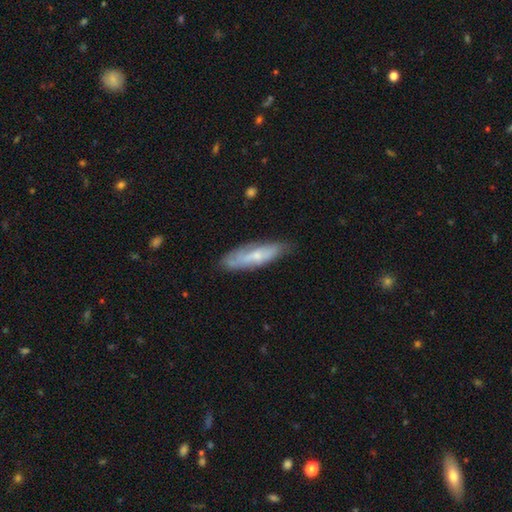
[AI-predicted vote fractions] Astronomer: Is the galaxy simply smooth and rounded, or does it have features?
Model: smooth — 50% (runner-up: featured or disk, 44%).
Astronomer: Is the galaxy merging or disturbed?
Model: none — 68%.